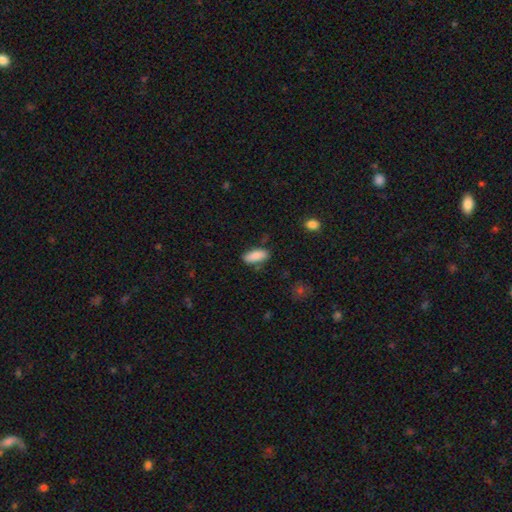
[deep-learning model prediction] smooth 88%, star or artifact 6%, featured or disk 5%. Down the decision tree: how rounded — in between (85%); merging — none (81%).